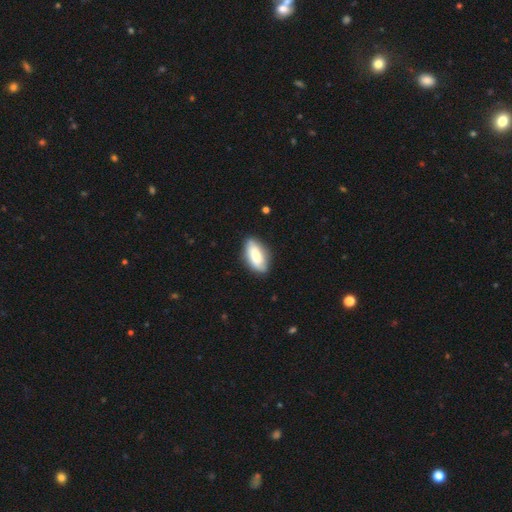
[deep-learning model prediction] Smooth or featured? Predicted: smooth (p=0.75). How rounded? Predicted: in between (p=0.89). Merging? Predicted: none (p=0.81).